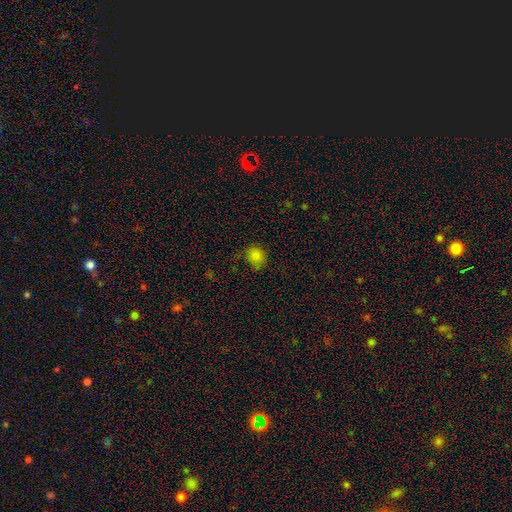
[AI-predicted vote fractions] Q: Smooth or featured?
A: smooth (82%); runner-up: star or artifact (13%)
Q: How rounded?
A: round (81%); runner-up: in between (18%)
Q: Merging?
A: none (74%); runner-up: minor disturbance (20%)